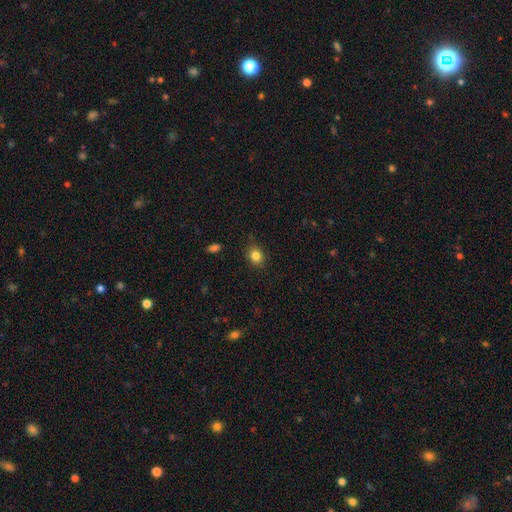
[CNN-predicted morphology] Smooth or featured? Predicted: smooth (p=0.83). How rounded? Predicted: round (p=0.60). Merging? Predicted: none (p=0.84).